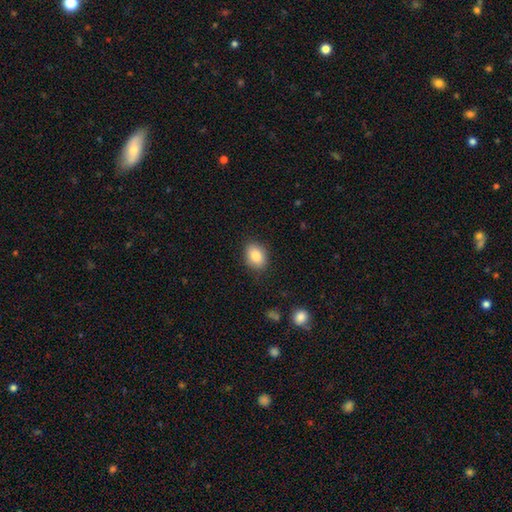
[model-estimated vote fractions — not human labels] smooth_or_featured: smooth (p=0.85) [alt: star or artifact p=0.08]
how_rounded: in between (p=0.74) [alt: round p=0.25]
merging: none (p=0.85) [alt: minor disturbance p=0.11]